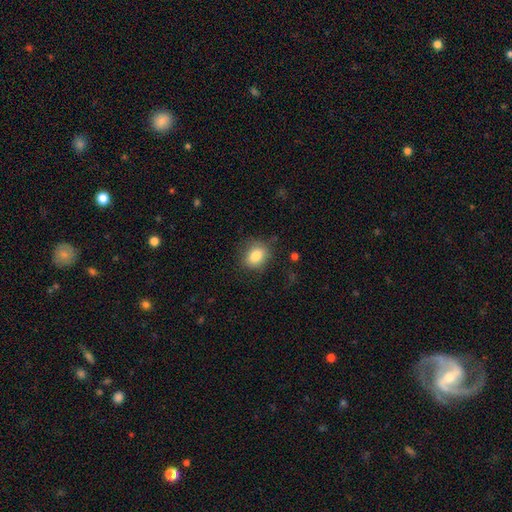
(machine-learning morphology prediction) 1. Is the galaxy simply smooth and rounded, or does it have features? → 82% smooth, 9% star or artifact, 9% featured or disk.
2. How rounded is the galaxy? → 51% in between, 48% round, 1% cigar-shaped.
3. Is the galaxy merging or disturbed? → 78% none, 16% minor disturbance, 5% major disturbance, 1% merger.